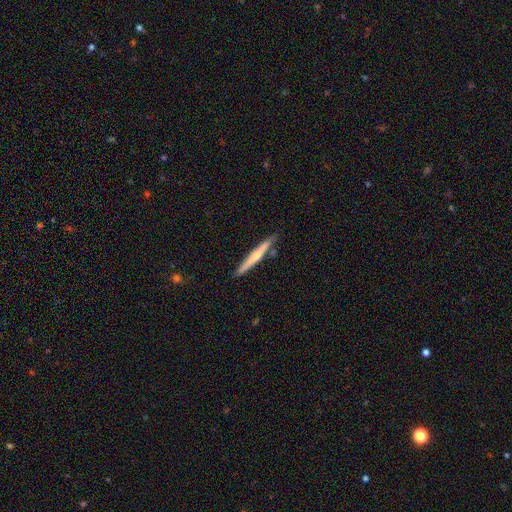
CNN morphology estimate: A featured or disk galaxy (52%) viewed edge-on (97%) with a rounded central bulge (62%).

Vote fractions:
- Smooth or featured? featured or disk: 52% / smooth: 42% / star or artifact: 5%
- Edge-on disk? yes: 97% / no: 3%
- Edge-on bulge? rounded: 62% / none: 31% / boxy: 6%
- Merging? none: 84% / minor disturbance: 11% / merger: 4% / major disturbance: 2%